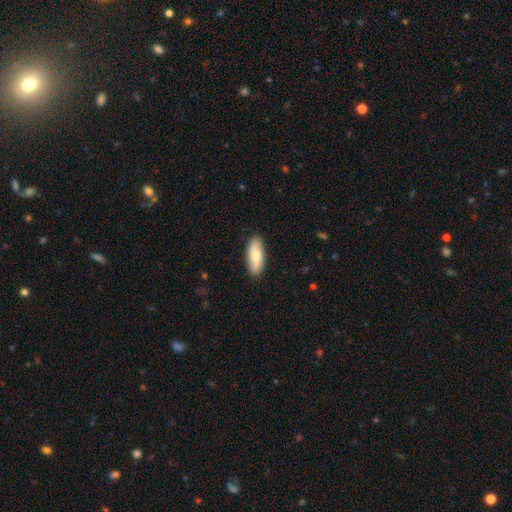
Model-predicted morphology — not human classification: The model was most divided on "smooth or featured": smooth: 72%, featured or disk: 23%, star or artifact: 5%. More confident: merging — none (88%); how rounded — in between (74%).